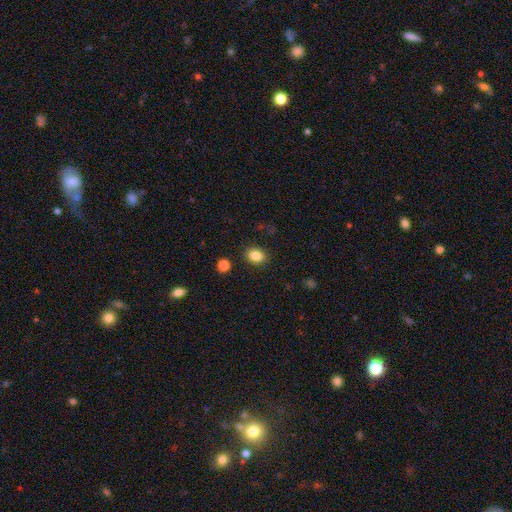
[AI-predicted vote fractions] A smooth galaxy with no disk features (85%) that is in between round and cigar-shaped (61%). Merging: none (87%).